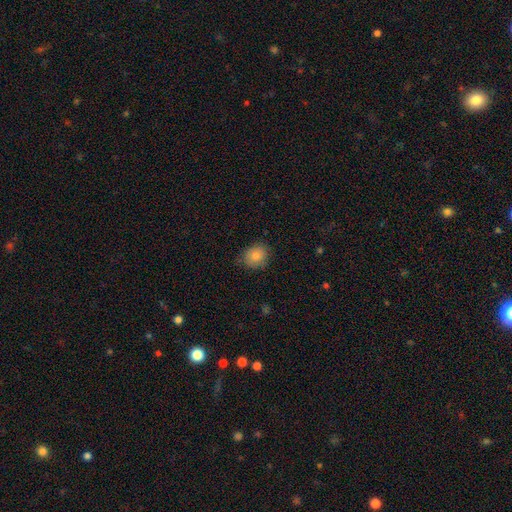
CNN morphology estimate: Smooth or featured?
  - smooth: 82% *
  - featured or disk: 9%
  - star or artifact: 9%
How rounded?
  - round: 70% *
  - in between: 29%
  - cigar-shaped: 1%
Merging?
  - none: 76% *
  - minor disturbance: 19%
  - major disturbance: 4%
  - merger: 1%